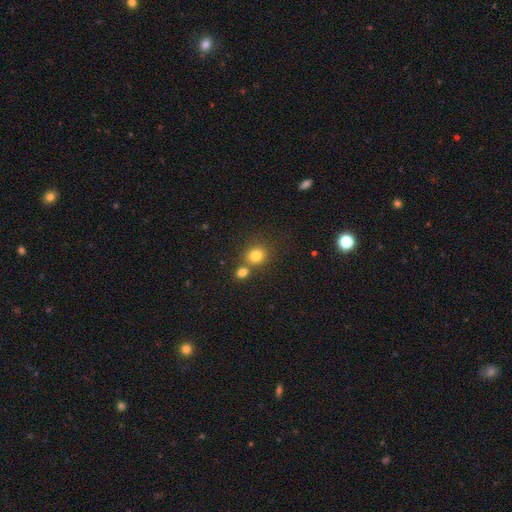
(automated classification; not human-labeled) A smooth galaxy with no disk features (80%) that is round (81%).

Vote fractions:
- Smooth or featured? smooth: 80% / star or artifact: 13% / featured or disk: 7%
- How rounded? round: 81% / in between: 18% / cigar-shaped: 1%
- Merging? none: 59% / merger: 29% / minor disturbance: 9% / major disturbance: 3%